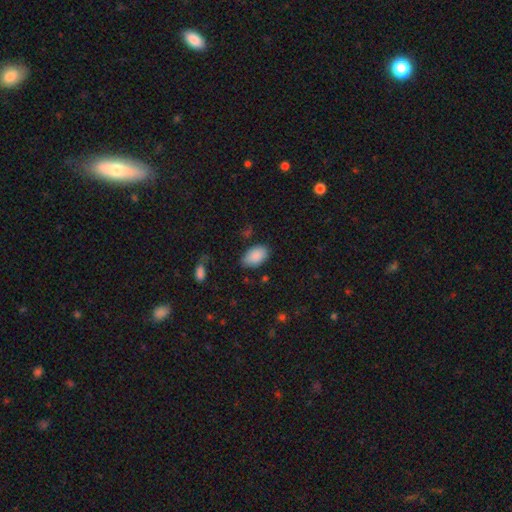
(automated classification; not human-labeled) A smooth galaxy with no disk features (88%) that is in between round and cigar-shaped (92%).

Vote fractions:
- Smooth or featured? smooth: 88% / star or artifact: 7% / featured or disk: 5%
- How rounded? in between: 92% / round: 7% / cigar-shaped: 1%
- Merging? none: 78% / minor disturbance: 17% / major disturbance: 4% / merger: 2%